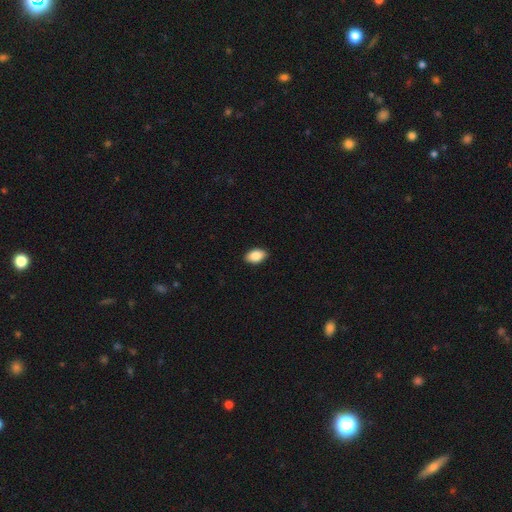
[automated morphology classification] smooth_or_featured: smooth (p=0.88) [alt: star or artifact p=0.07]
how_rounded: in between (p=0.93) [alt: round p=0.06]
merging: none (p=0.90) [alt: minor disturbance p=0.08]